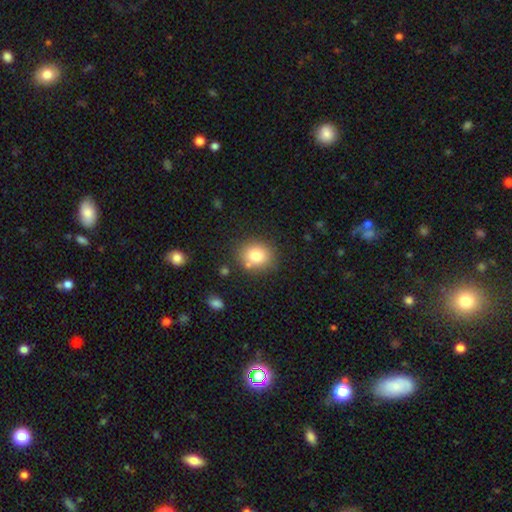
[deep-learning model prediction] Smooth or featured: smooth — 79% (star or artifact — 11%)
How rounded: round — 67% (in between — 32%)
Merging: none — 78% (minor disturbance — 12%)